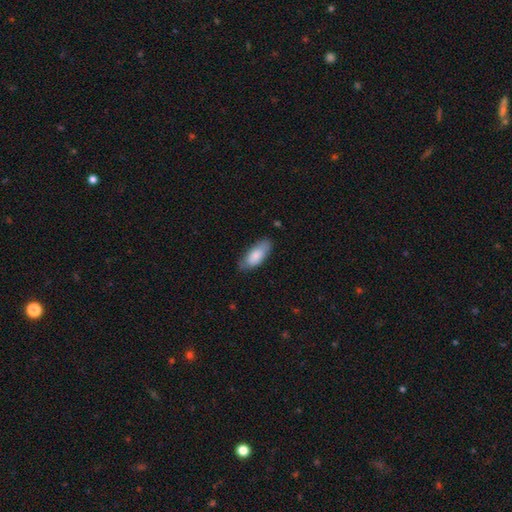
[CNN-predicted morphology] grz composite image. It shows a smooth galaxy with no disk features (82%) that is in between round and cigar-shaped (84%). Merging: none (73%).